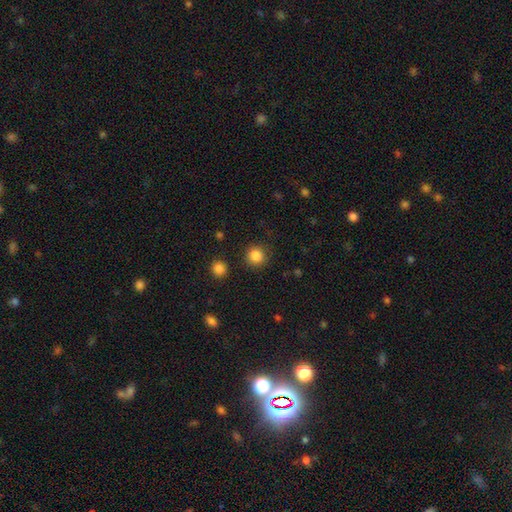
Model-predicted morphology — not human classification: Q: Smooth or featured?
A: smooth (85%); runner-up: star or artifact (11%)
Q: How rounded?
A: round (93%); runner-up: in between (6%)
Q: Merging?
A: none (88%); runner-up: minor disturbance (7%)